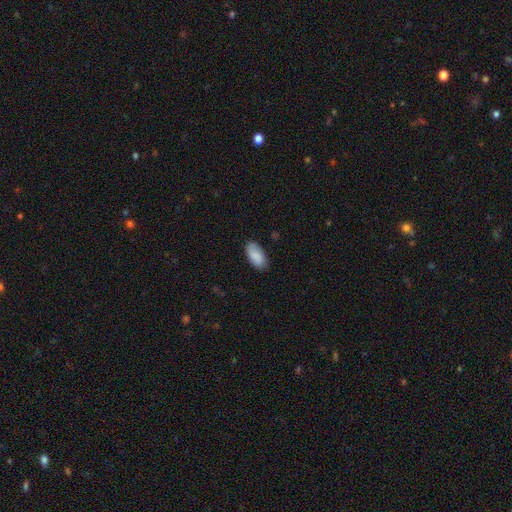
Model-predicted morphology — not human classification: smooth_or_featured: smooth (p=0.85) [alt: featured or disk p=0.09]
how_rounded: in between (p=0.94) [alt: cigar-shaped p=0.04]
merging: none (p=0.83) [alt: minor disturbance p=0.13]